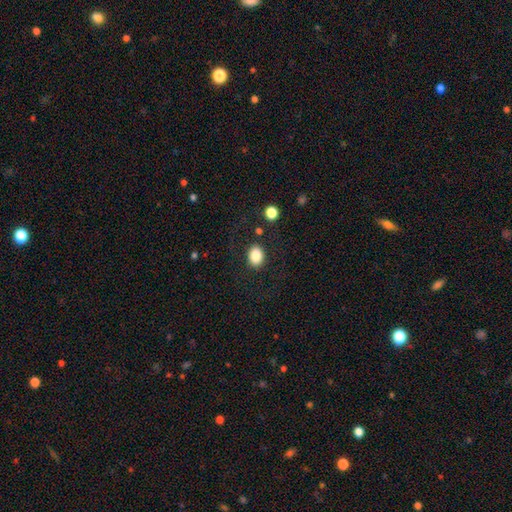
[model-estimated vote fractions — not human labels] The model was most divided on "how rounded": in between: 60%, round: 39%, cigar-shaped: 1%. More confident: merging — none (86%); smooth or featured — smooth (85%).